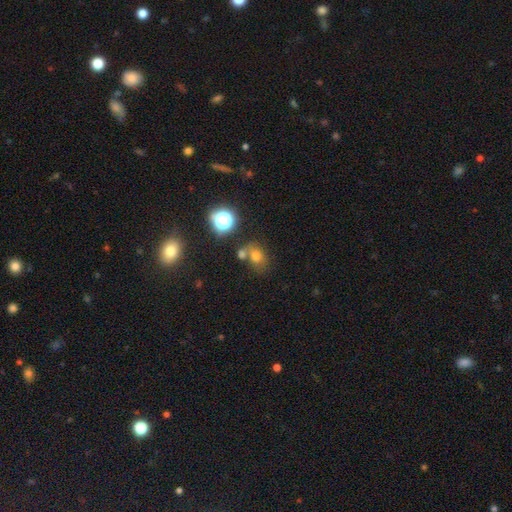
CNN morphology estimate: A smooth galaxy with no disk features (68%) that is round (56%). Merging: none (48%).